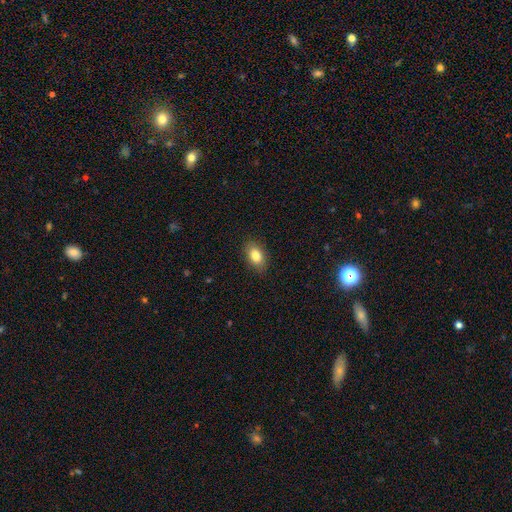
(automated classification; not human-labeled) smooth 84%, featured or disk 9%, star or artifact 8%. Down the decision tree: how rounded — in between (88%); merging — none (87%).